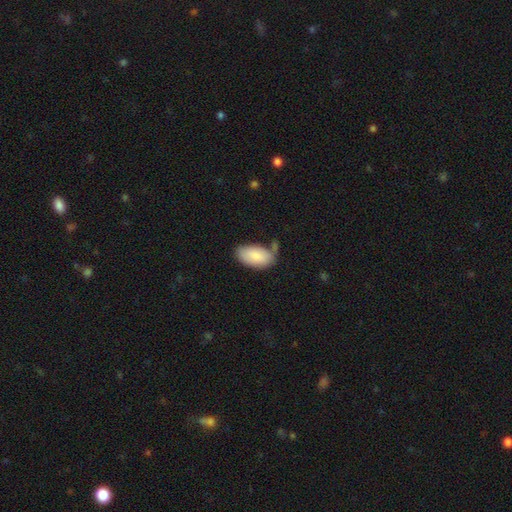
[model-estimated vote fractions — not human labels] Q: Smooth or featured?
A: smooth (86%); runner-up: featured or disk (8%)
Q: How rounded?
A: in between (95%); runner-up: round (3%)
Q: Merging?
A: none (59%); runner-up: minor disturbance (24%)